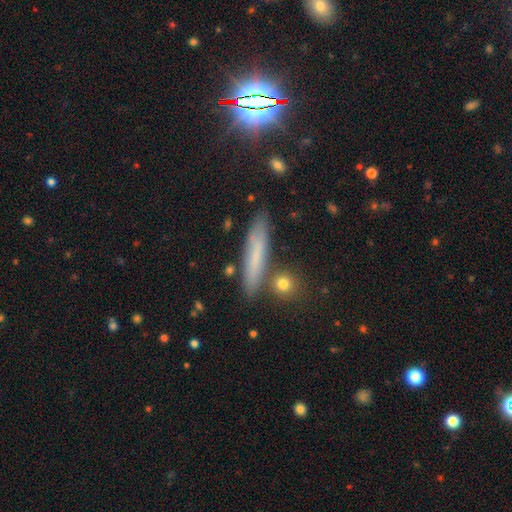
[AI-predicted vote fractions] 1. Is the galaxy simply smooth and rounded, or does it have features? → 61% smooth, 26% featured or disk, 13% star or artifact.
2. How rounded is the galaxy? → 90% cigar-shaped, 8% in between, 2% round.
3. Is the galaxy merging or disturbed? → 81% none, 12% minor disturbance, 4% merger, 3% major disturbance.